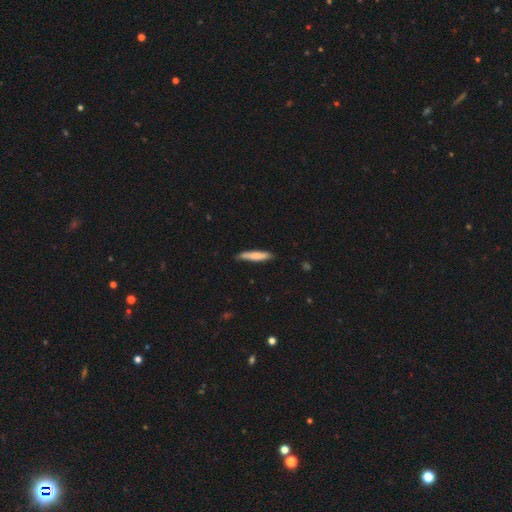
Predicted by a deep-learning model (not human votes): The model was most divided on "smooth or featured": smooth: 76%, featured or disk: 19%, star or artifact: 5%. More confident: how rounded — cigar-shaped (88%); merging — none (82%).